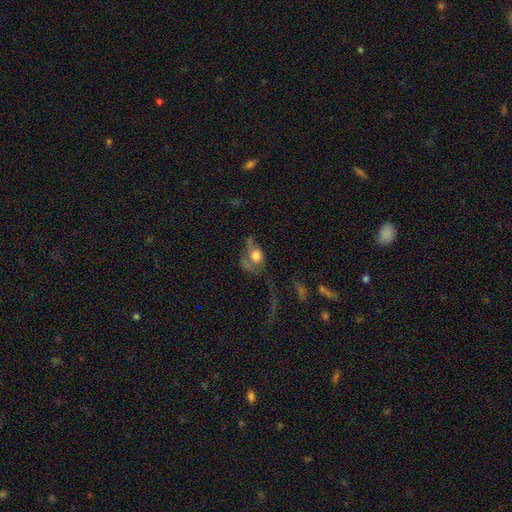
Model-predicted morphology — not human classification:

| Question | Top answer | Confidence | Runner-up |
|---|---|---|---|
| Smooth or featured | smooth | 51% | featured or disk (37%) |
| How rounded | in between | 59% | round (38%) |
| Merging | major disturbance | 45% | none (24%) |